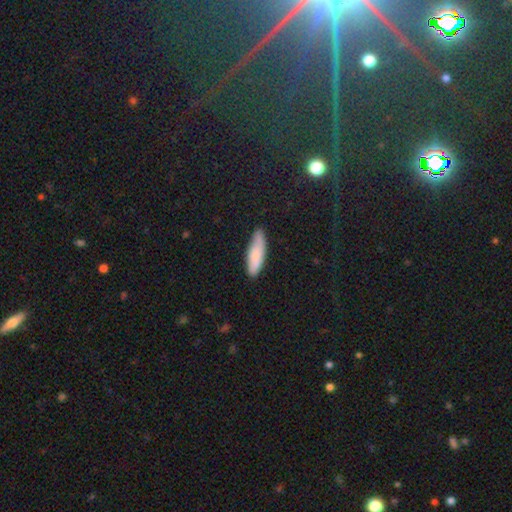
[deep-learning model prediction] smooth-or-featured: smooth: 80% | featured or disk: 14% | star or artifact: 6%
  how-rounded: cigar-shaped: 56% | in between: 42% | round: 2%
  merging: none: 79% | minor disturbance: 17% | major disturbance: 3% | merger: 1%